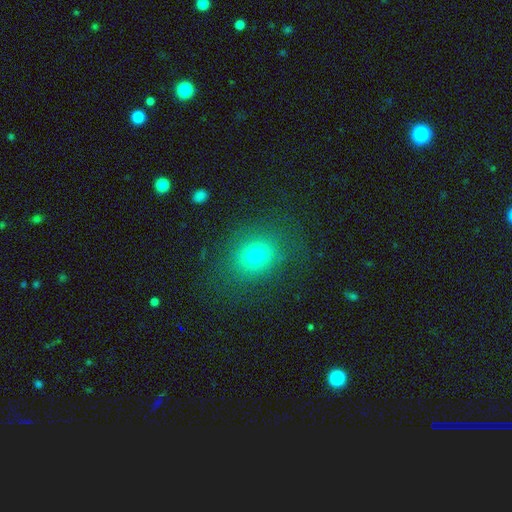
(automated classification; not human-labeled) Smooth or featured? Predicted: smooth (p=0.72). How rounded? Predicted: round (p=0.58). Merging? Predicted: none (p=0.81).